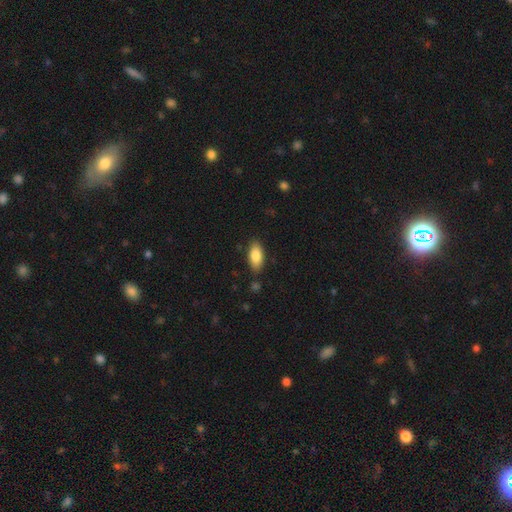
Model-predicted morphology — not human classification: Overall: smooth (85%). How rounded: in between (90%). Merging: none (85%).